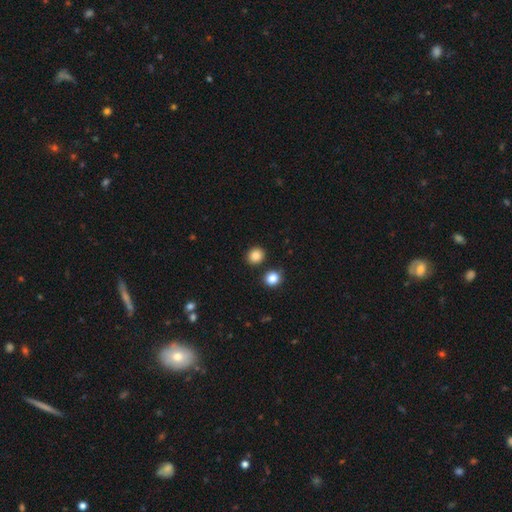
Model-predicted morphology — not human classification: A smooth galaxy with no disk features (86%) that is round (82%). Merging: none (85%).